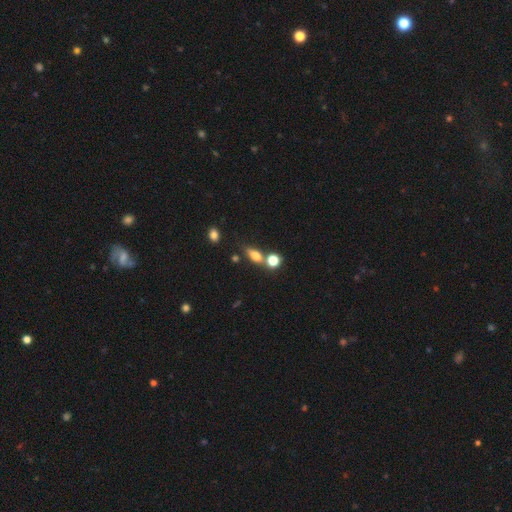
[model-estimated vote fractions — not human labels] Smooth or featured? Predicted: smooth (p=0.71). How rounded? Predicted: in between (p=0.63). Merging? Predicted: none (p=0.55).